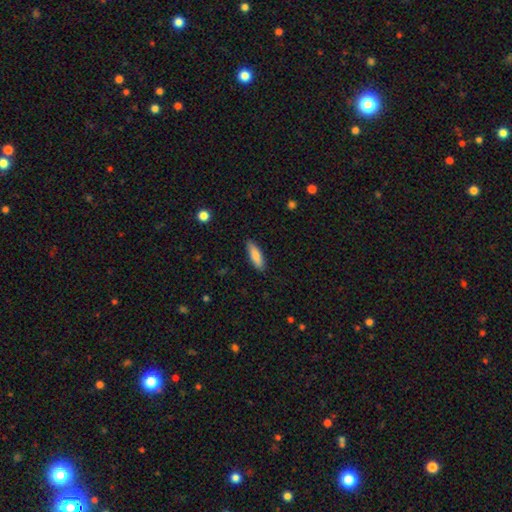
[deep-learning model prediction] The model was most divided on "how rounded": cigar-shaped: 55%, in between: 43%, round: 2%. More confident: merging — none (87%); smooth or featured — smooth (83%).